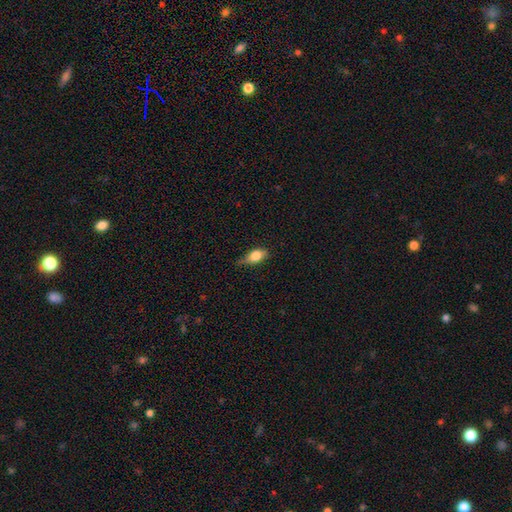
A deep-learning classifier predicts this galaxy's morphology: Overall: smooth (78%). How rounded: in between (83%). Merging: none (55%; minor disturbance 36%).